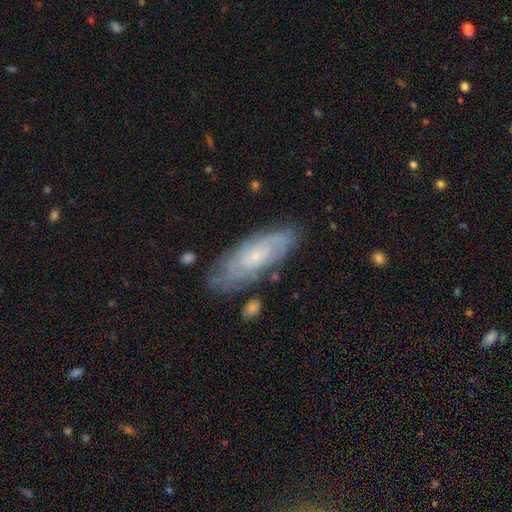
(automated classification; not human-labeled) A featured or disk galaxy (70%) with no bar (74%), tight (64%) spiral arms (87%) and a small central bulge (78%).

Vote fractions:
- Smooth or featured? featured or disk: 70% / smooth: 23% / star or artifact: 7%
- Edge-on disk? no: 87% / yes: 13%
- Bar? no: 74% / weak: 22% / strong: 4%
- Spiral arms? yes: 87% / no: 13%
- Spiral winding? tight: 64% / medium: 28% / loose: 8%
- Spiral arm count? can't tell: 56% / 2: 22% / 3: 9% / 4: 5% / 1: 4% / more than 4: 3%
- Bulge size? small: 78% / moderate: 16% / none: 4% / large: 1% / dominant: 1%
- Merging? none: 71% / minor disturbance: 20% / major disturbance: 6% / merger: 3%